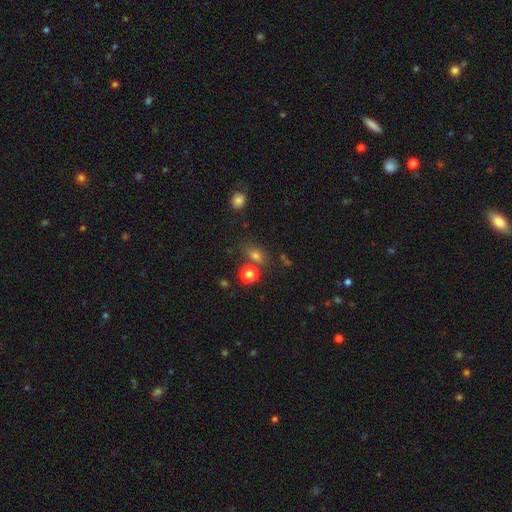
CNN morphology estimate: Smooth or featured: smooth — 71% (star or artifact — 20%)
How rounded: in between — 62% (round — 35%)
Merging: none — 68% (minor disturbance — 14%)